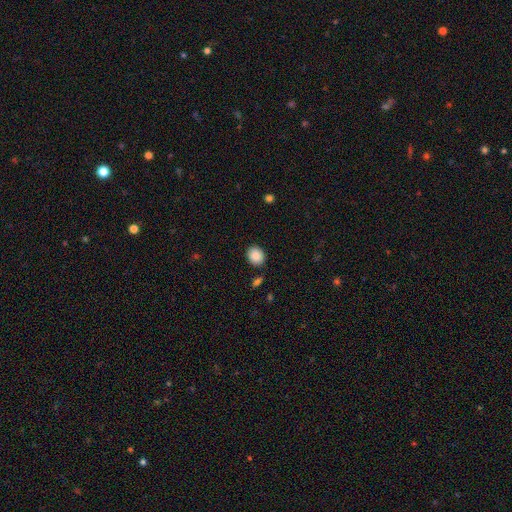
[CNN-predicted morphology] This is clearly a smooth galaxy (89%). How rounded: likely round (65%). Merging: clearly none (86%).